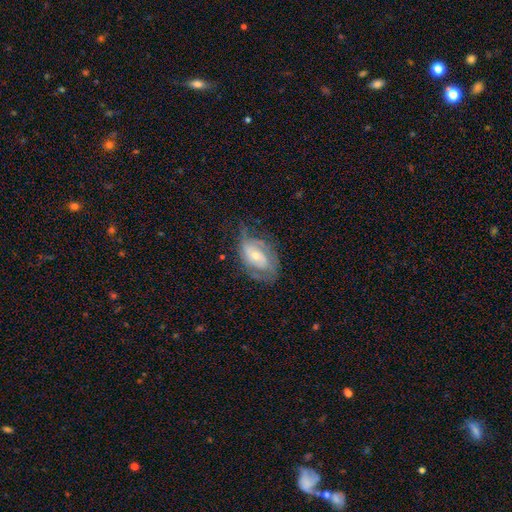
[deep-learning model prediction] Morphology: type=featured or disk (72%); edge-on=no (95%); bar=no (51%); spiral arms=yes (81%); winding=tight (45%); arm count=2 (45%); bulge=small (50%); merging=none (55%).